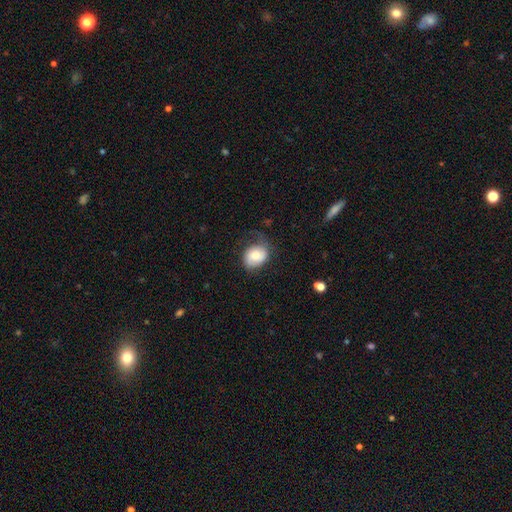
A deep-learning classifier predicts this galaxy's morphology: This appears to be a smooth galaxy with no disk features (66%) that is in between round and cigar-shaped (53%). Merging: none (49%).